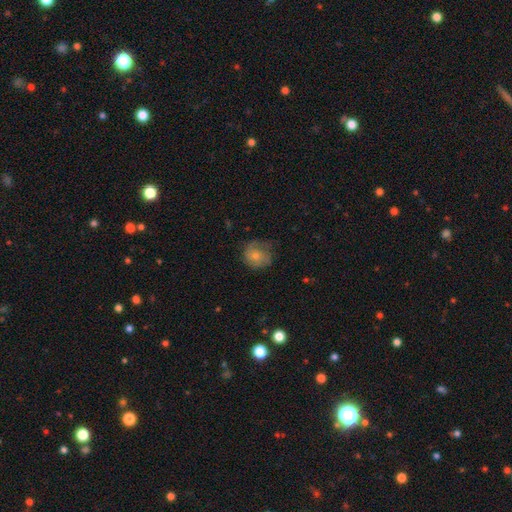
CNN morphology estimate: Smooth or featured?
  - smooth: 53% *
  - featured or disk: 39%
  - star or artifact: 8%
How rounded?
  - round: 79% *
  - in between: 20%
  - cigar-shaped: 1%
Merging?
  - none: 59% *
  - minor disturbance: 27%
  - major disturbance: 13%
  - merger: 1%